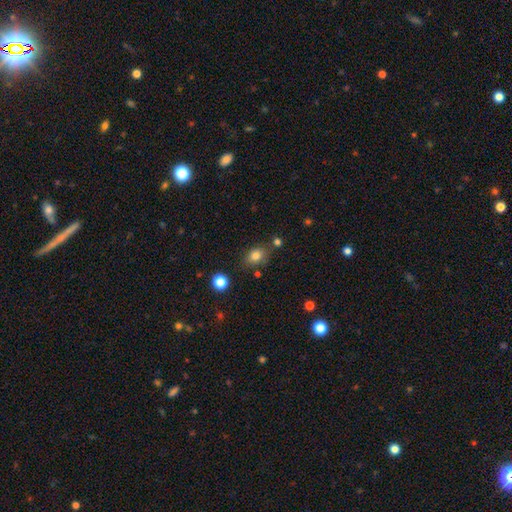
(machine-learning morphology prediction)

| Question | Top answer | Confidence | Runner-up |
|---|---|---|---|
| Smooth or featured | smooth | 81% | star or artifact (12%) |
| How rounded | in between | 59% | round (40%) |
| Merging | none | 74% | minor disturbance (15%) |